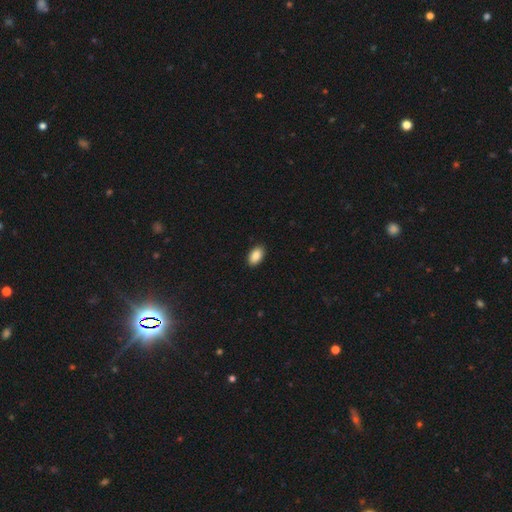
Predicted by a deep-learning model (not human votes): Smooth or featured?
  - smooth: 89% *
  - star or artifact: 7%
  - featured or disk: 4%
How rounded?
  - in between: 94% *
  - round: 4%
  - cigar-shaped: 1%
Merging?
  - none: 90% *
  - minor disturbance: 7%
  - major disturbance: 2%
  - merger: 1%